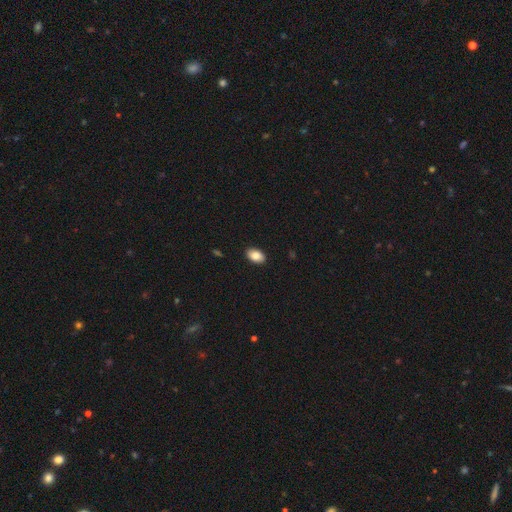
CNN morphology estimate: Smooth or featured? Predicted: smooth (p=0.87). How rounded? Predicted: in between (p=0.90). Merging? Predicted: none (p=0.90).